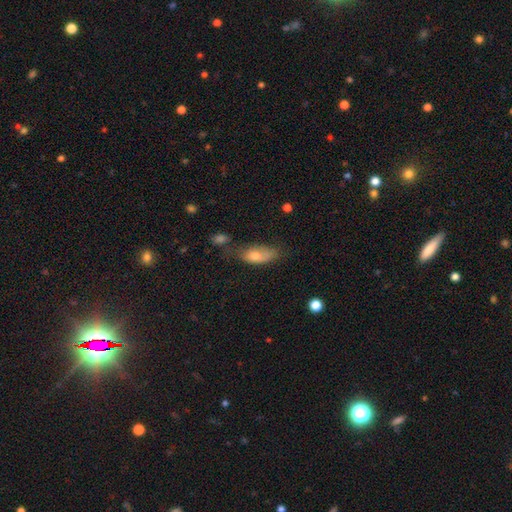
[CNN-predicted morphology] Q: Smooth or featured?
A: smooth (71%); runner-up: featured or disk (20%)
Q: How rounded?
A: in between (79%); runner-up: cigar-shaped (17%)
Q: Merging?
A: none (44%); runner-up: minor disturbance (30%)